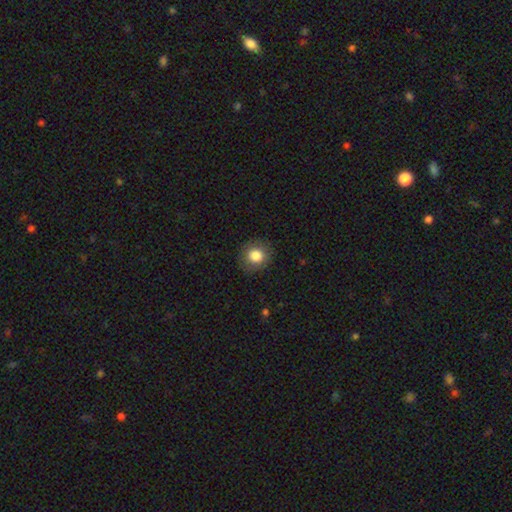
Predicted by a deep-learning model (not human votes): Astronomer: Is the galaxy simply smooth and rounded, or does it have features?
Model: smooth — 83%.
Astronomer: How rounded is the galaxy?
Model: round — 89%.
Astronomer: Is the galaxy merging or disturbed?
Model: none — 88%.